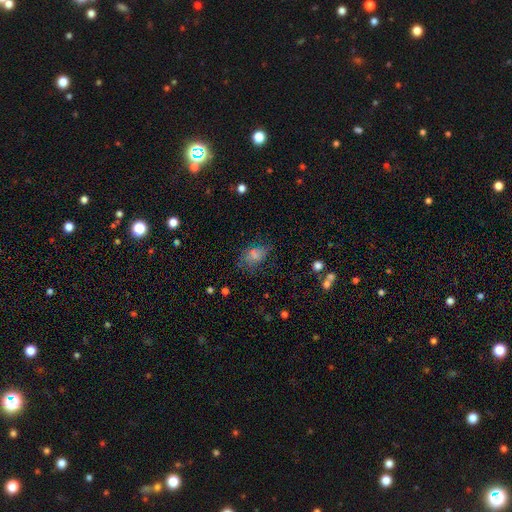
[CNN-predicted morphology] smooth-or-featured: smooth: 73% | featured or disk: 14% | star or artifact: 14%
  how-rounded: in between: 80% | round: 18% | cigar-shaped: 2%
  merging: none: 54% | minor disturbance: 28% | major disturbance: 16% | merger: 3%